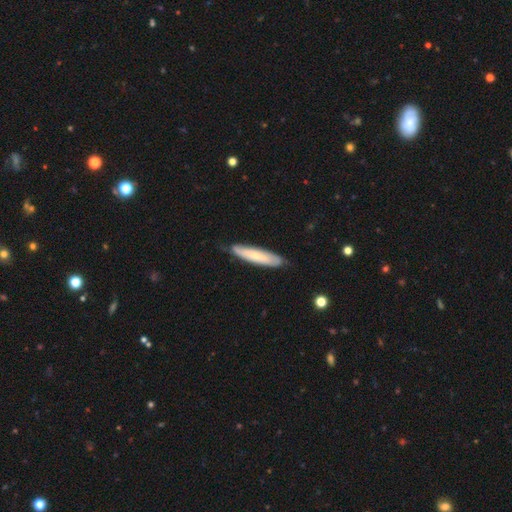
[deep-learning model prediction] This is possibly a smooth galaxy (59%). How rounded: clearly cigar-shaped (81%). Merging: likely none (75%).